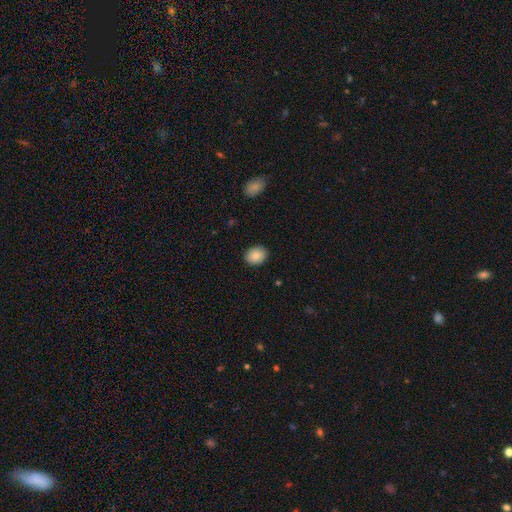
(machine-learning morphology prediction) This is clearly a smooth galaxy (86%). How rounded: possibly in between (51%). Merging: clearly none (88%).